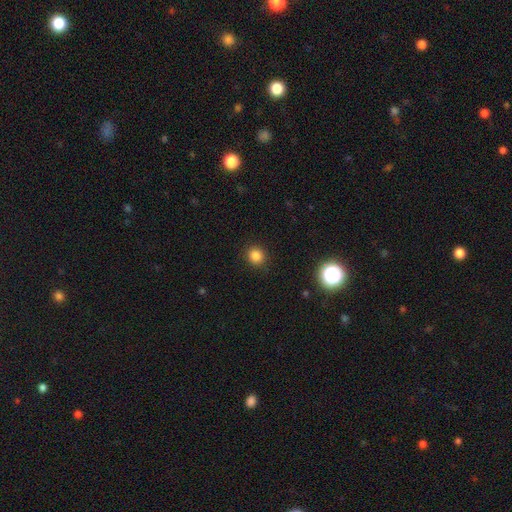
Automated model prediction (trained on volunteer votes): This appears to be a smooth galaxy with no disk features (83%) that is round (89%). Merging: none (90%).